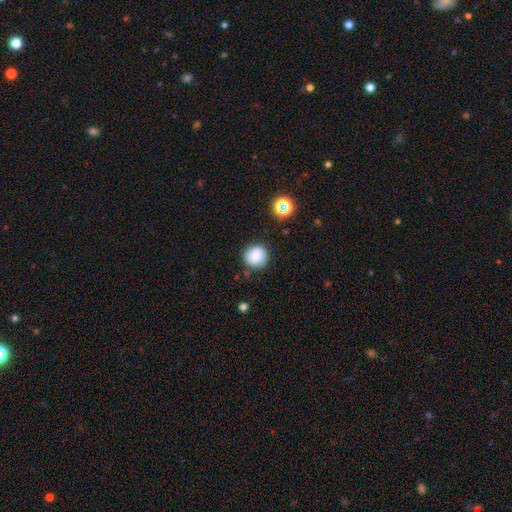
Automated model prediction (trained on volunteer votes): Smooth or featured: smooth — 82% (star or artifact — 10%)
How rounded: round — 93% (in between — 6%)
Merging: none — 84% (minor disturbance — 10%)